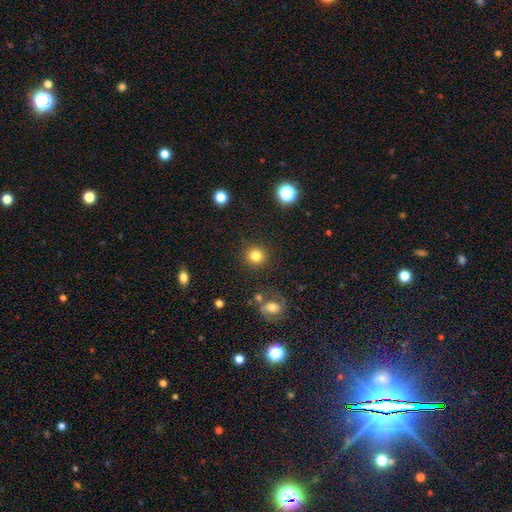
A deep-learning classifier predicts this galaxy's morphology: Smooth or featured: smooth — 83% (star or artifact — 11%)
How rounded: round — 90% (in between — 9%)
Merging: none — 87% (minor disturbance — 7%)